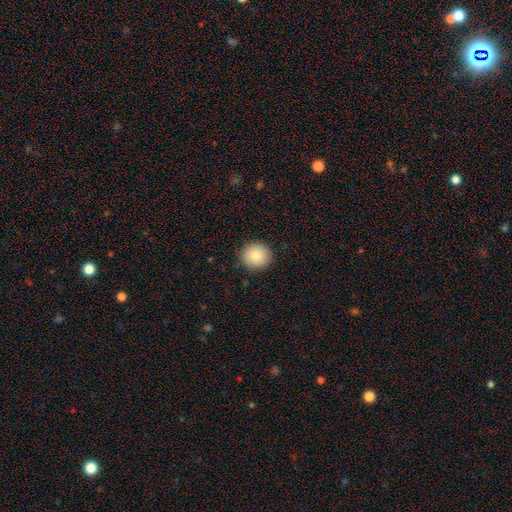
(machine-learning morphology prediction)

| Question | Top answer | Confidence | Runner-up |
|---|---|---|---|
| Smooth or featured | smooth | 82% | featured or disk (9%) |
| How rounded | round | 92% | in between (7%) |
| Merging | none | 91% | minor disturbance (6%) |